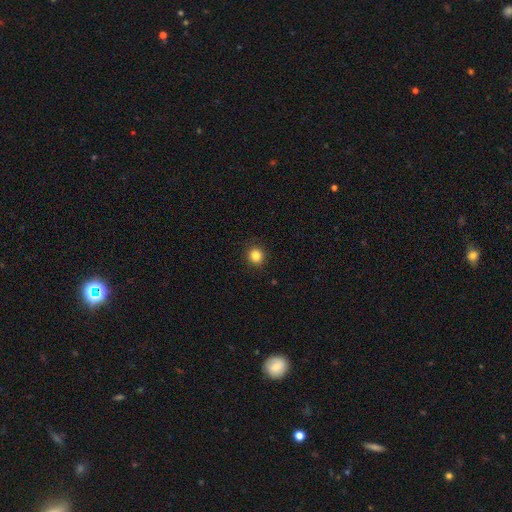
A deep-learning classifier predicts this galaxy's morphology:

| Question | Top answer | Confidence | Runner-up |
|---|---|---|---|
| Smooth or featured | smooth | 84% | star or artifact (12%) |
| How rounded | round | 89% | in between (10%) |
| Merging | none | 92% | minor disturbance (6%) |